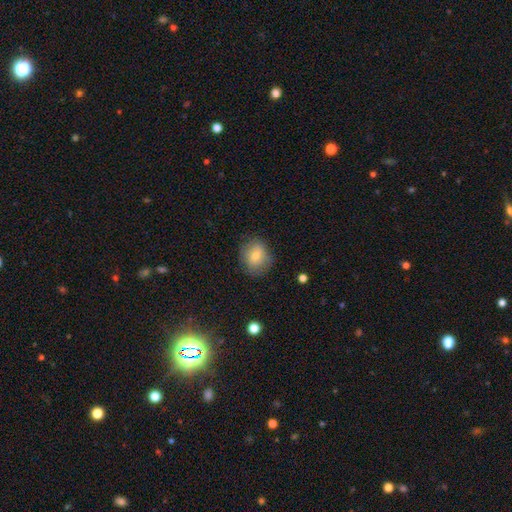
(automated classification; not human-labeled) smooth_or_featured: smooth (p=0.74) [alt: featured or disk p=0.18]
how_rounded: round (p=0.66) [alt: in between p=0.33]
merging: none (p=0.74) [alt: minor disturbance p=0.19]